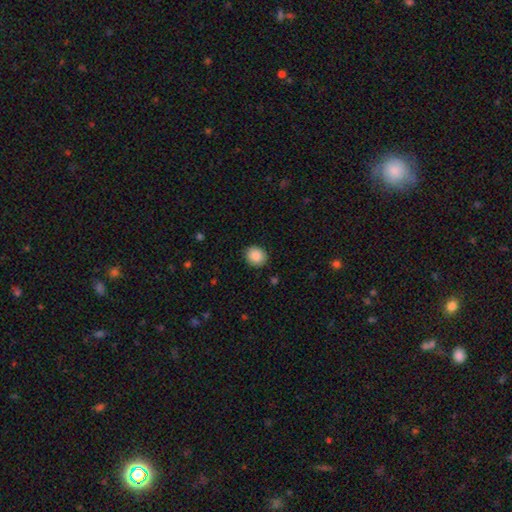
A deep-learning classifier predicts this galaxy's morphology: This is clearly a smooth galaxy (88%). How rounded: likely round (70%). Merging: clearly none (88%).